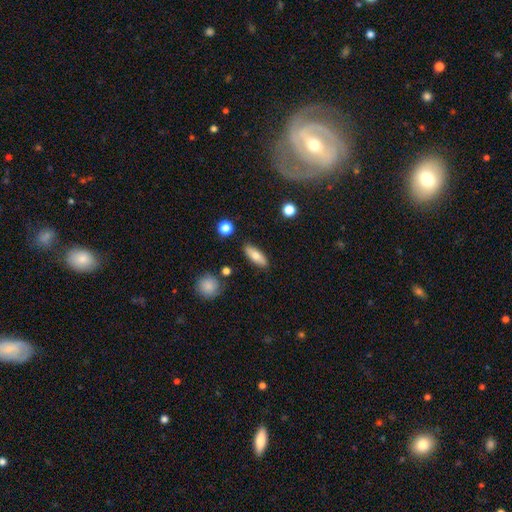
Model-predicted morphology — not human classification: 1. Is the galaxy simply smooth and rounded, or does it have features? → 73% smooth, 20% featured or disk, 7% star or artifact.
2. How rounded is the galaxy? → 59% in between, 38% cigar-shaped, 3% round.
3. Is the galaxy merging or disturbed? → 86% none, 9% minor disturbance, 2% merger, 2% major disturbance.